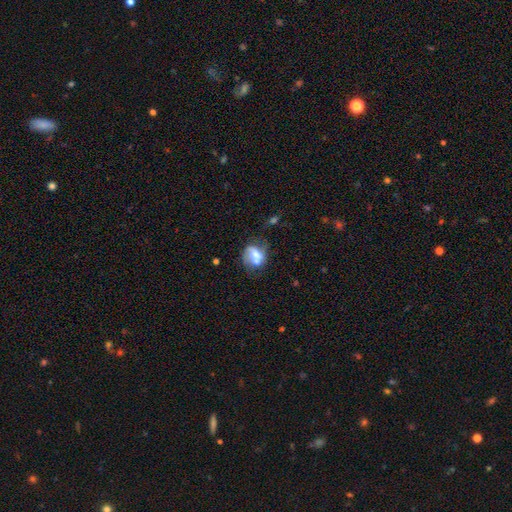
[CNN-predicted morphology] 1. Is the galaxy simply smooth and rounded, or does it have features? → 50% smooth, 41% featured or disk, 9% star or artifact.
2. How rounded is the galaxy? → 51% in between, 47% round, 2% cigar-shaped.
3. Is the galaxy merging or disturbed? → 36% none, 31% merger, 20% minor disturbance, 13% major disturbance.